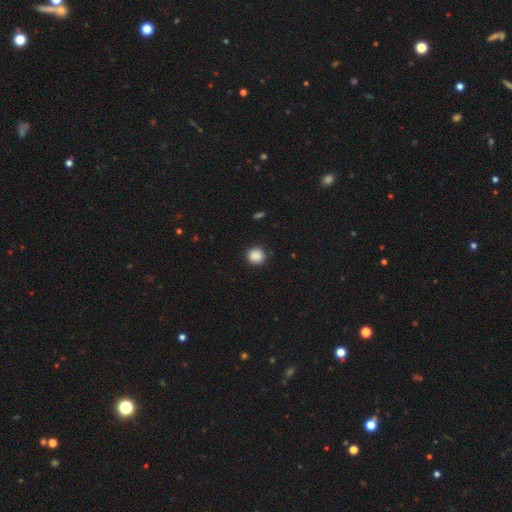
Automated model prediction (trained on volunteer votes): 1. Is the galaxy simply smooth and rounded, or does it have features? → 88% smooth, 9% star or artifact, 3% featured or disk.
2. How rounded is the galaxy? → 91% round, 8% in between, 1% cigar-shaped.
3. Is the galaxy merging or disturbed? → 90% none, 7% minor disturbance, 2% major disturbance, 1% merger.